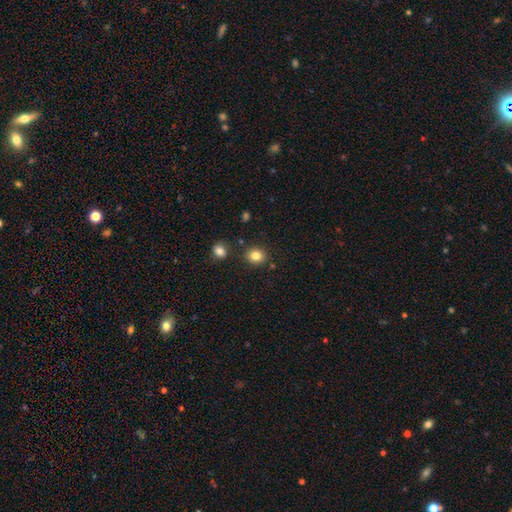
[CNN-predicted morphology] smooth 83%, star or artifact 11%, featured or disk 6%. Down the decision tree: how rounded — round (77%); merging — none (86%).